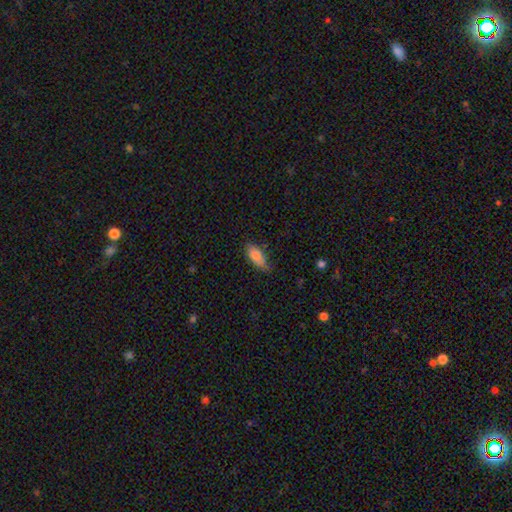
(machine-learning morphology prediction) A smooth galaxy with no disk features (82%) that is in between round and cigar-shaped (82%). Merging: none (67%).